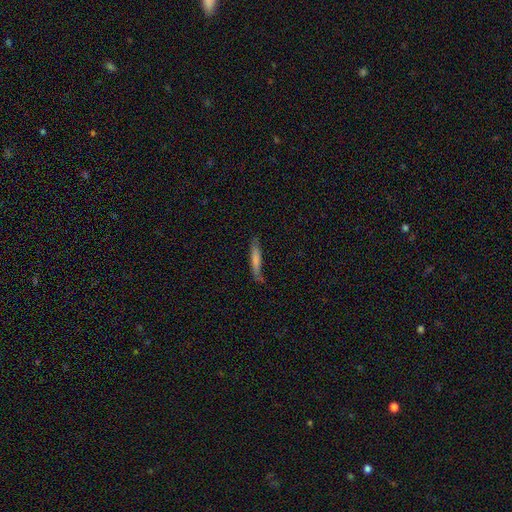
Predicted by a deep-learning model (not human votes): Morphology: type=smooth (55%); roundness=cigar-shaped (92%); merging=none (71%).